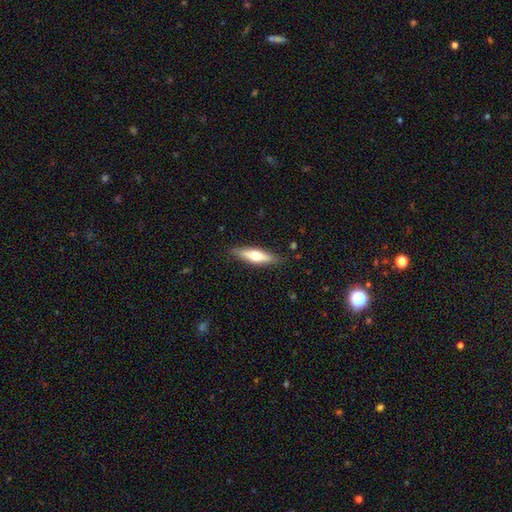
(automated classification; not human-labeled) Morphology: type=smooth (51%); roundness=cigar-shaped (65%); merging=none (86%).